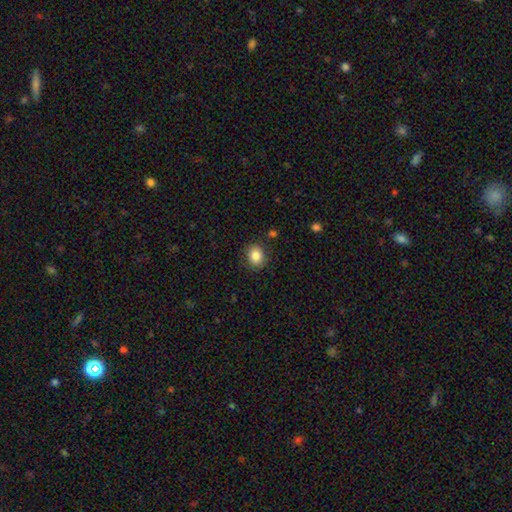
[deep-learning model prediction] Smooth or featured?
  - smooth: 84% *
  - star or artifact: 9%
  - featured or disk: 7%
How rounded?
  - round: 65% *
  - in between: 34%
  - cigar-shaped: 1%
Merging?
  - none: 84% *
  - minor disturbance: 11%
  - major disturbance: 3%
  - merger: 2%